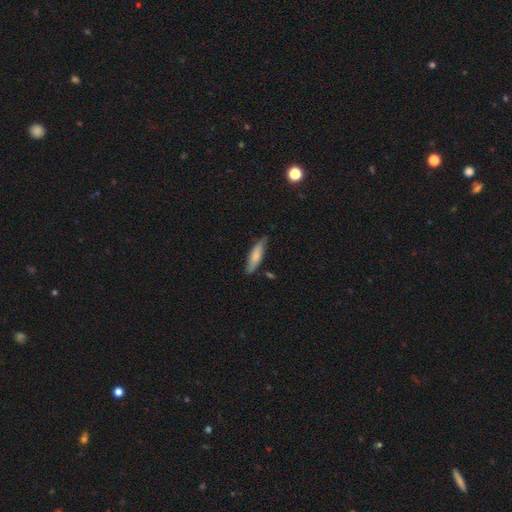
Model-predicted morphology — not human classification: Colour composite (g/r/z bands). It shows a smooth galaxy with no disk features (71%) that is cigar-shaped (64%). Merging: none (75%).